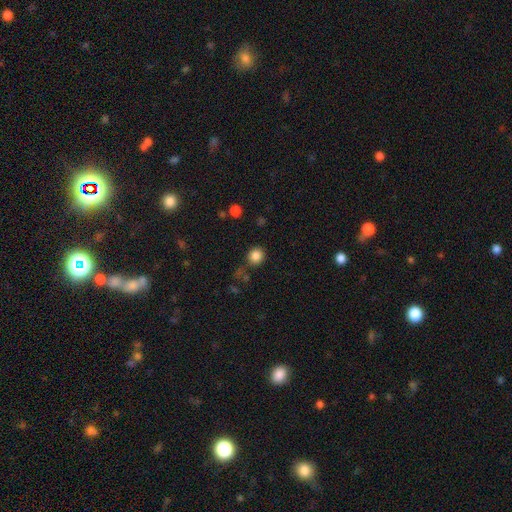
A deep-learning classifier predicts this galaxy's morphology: smooth_or_featured: smooth (p=0.85) [alt: star or artifact p=0.11]
how_rounded: round (p=0.89) [alt: in between p=0.10]
merging: none (p=0.81) [alt: minor disturbance p=0.11]